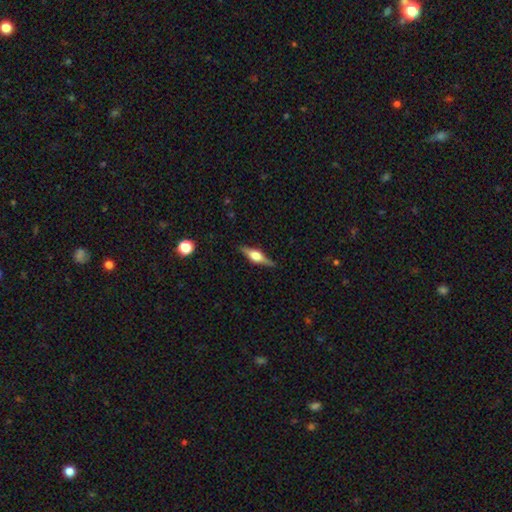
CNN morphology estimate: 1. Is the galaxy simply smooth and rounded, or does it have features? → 70% featured or disk, 24% smooth, 6% star or artifact.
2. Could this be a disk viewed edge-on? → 97% yes, 3% no.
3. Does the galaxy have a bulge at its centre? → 90% rounded, 8% boxy, 2% none.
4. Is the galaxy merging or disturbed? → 87% none, 10% minor disturbance, 2% major disturbance, 1% merger.